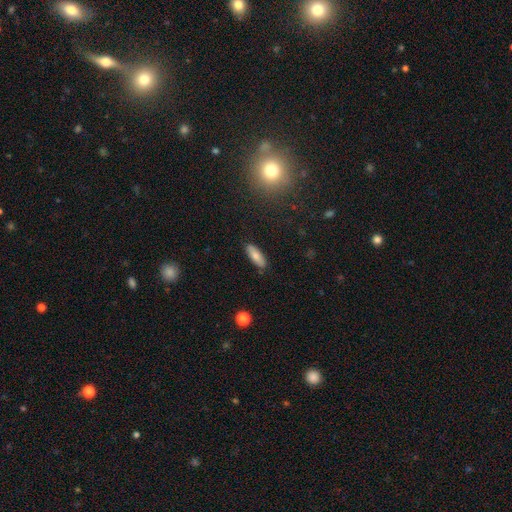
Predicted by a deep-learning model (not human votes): This is likely a smooth galaxy (79%). How rounded: likely in between (62%). Merging: clearly none (86%).